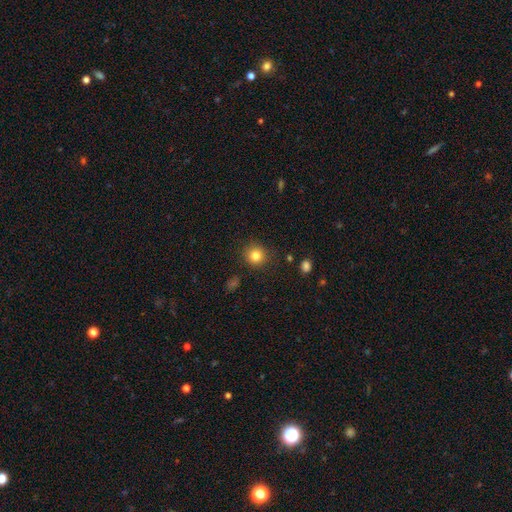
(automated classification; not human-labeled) The model was most divided on "smooth or featured": smooth: 83%, star or artifact: 12%, featured or disk: 6%. More confident: how rounded — round (92%); merging — none (89%).